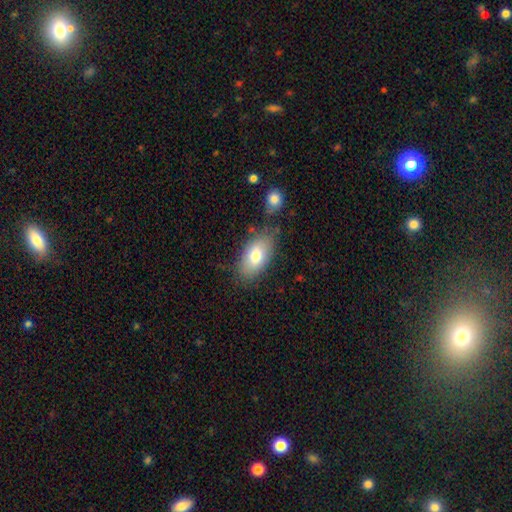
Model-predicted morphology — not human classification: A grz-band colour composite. It shows a smooth galaxy with no disk features (77%) that is in between round and cigar-shaped (92%). Merging: none (73%).